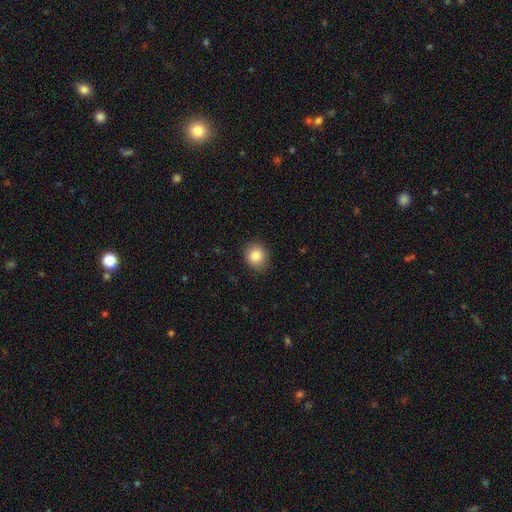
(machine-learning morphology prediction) A smooth galaxy with no disk features (84%) that is round (74%). Merging: none (86%).